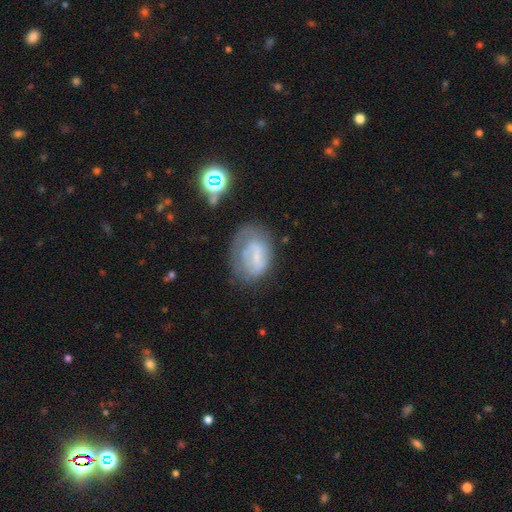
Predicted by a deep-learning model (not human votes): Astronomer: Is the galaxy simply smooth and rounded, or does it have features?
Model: featured or disk — 47% (runner-up: smooth, 42%).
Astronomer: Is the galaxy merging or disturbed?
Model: none — 45% (runner-up: minor disturbance, 28%).